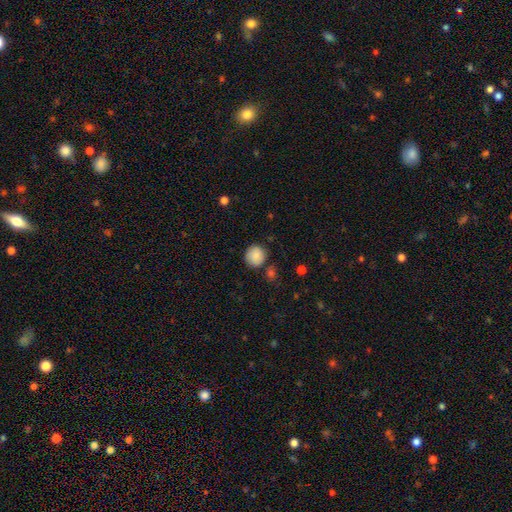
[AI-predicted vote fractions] Morphology: type=smooth (87%); roundness=round (92%); merging=none (83%).